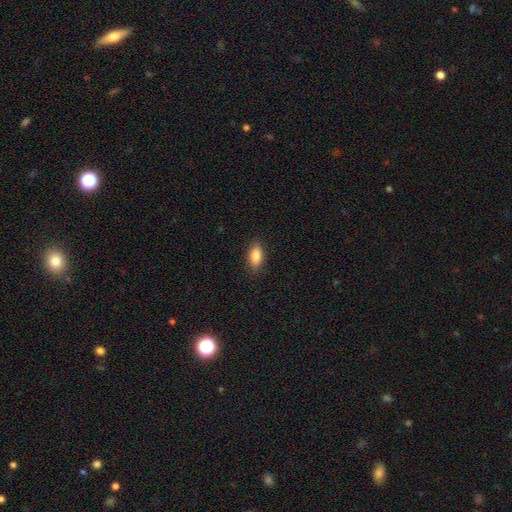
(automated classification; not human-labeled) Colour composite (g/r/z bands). It shows a smooth galaxy with no disk features (87%) that is in between round and cigar-shaped (87%). Merging: none (87%).